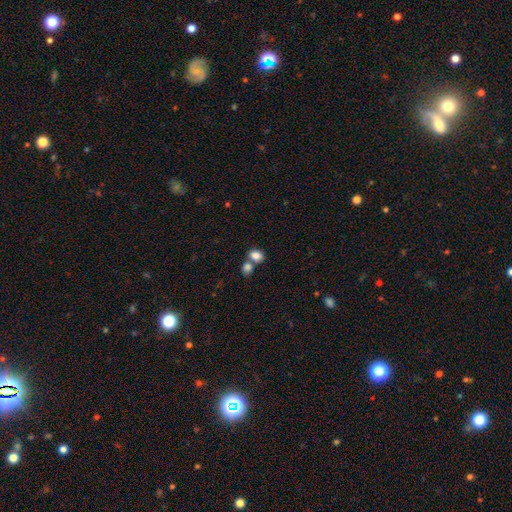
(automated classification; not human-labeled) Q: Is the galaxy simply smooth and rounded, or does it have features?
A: smooth — 83%.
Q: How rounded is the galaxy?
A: in between — 70%.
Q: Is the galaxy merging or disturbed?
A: merger — 45%.